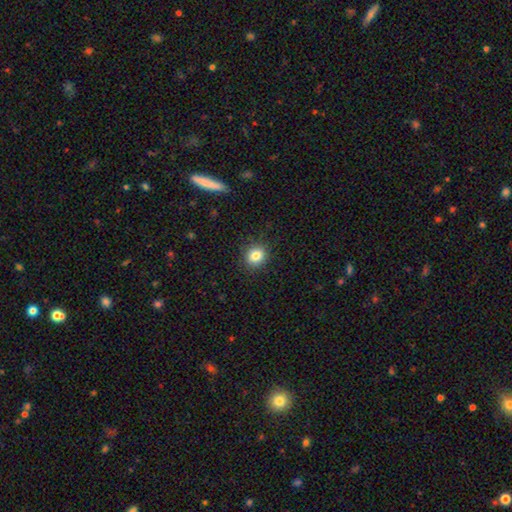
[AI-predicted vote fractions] A smooth galaxy with no disk features (83%) that is round (82%).

Vote fractions:
- Smooth or featured? smooth: 83% / star or artifact: 11% / featured or disk: 6%
- How rounded? round: 82% / in between: 17% / cigar-shaped: 1%
- Merging? none: 90% / minor disturbance: 7% / major disturbance: 2% / merger: 1%